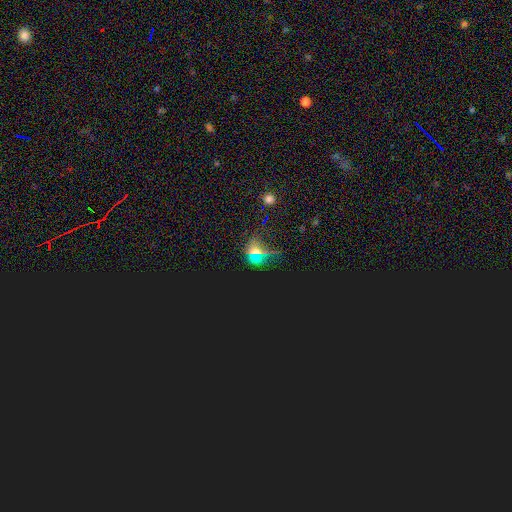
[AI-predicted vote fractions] star or artifact 65%, smooth 25%, featured or disk 11%.